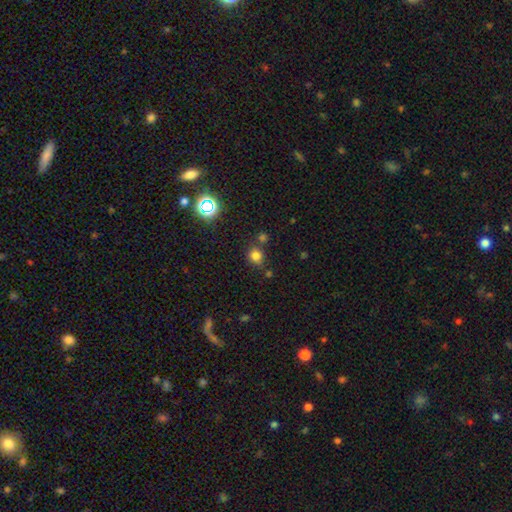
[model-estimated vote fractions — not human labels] Smooth or featured?
  - smooth: 76% *
  - star or artifact: 19%
  - featured or disk: 6%
How rounded?
  - round: 81% *
  - in between: 18%
  - cigar-shaped: 1%
Merging?
  - none: 72% *
  - merger: 13%
  - minor disturbance: 11%
  - major disturbance: 4%